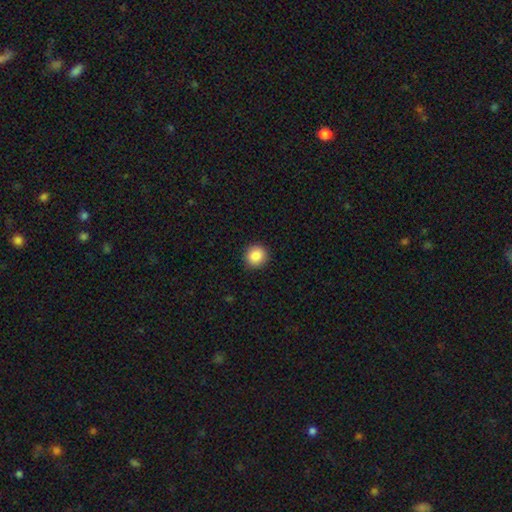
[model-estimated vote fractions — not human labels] Smooth or featured? Predicted: smooth (p=0.88). How rounded? Predicted: round (p=0.92). Merging? Predicted: none (p=0.91).